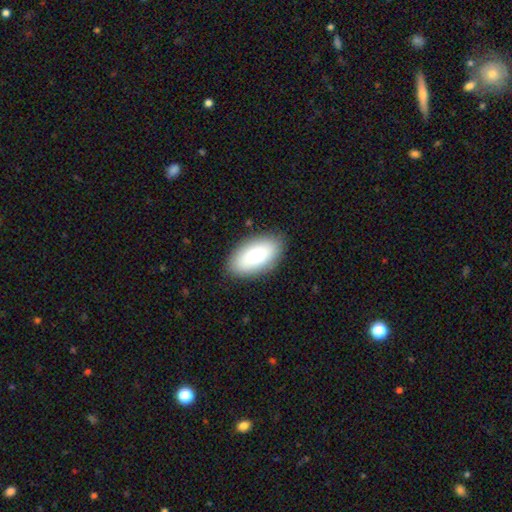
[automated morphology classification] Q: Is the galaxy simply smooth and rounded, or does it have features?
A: smooth — 77%.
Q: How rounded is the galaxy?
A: in between — 93%.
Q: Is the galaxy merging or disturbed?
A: none — 87%.